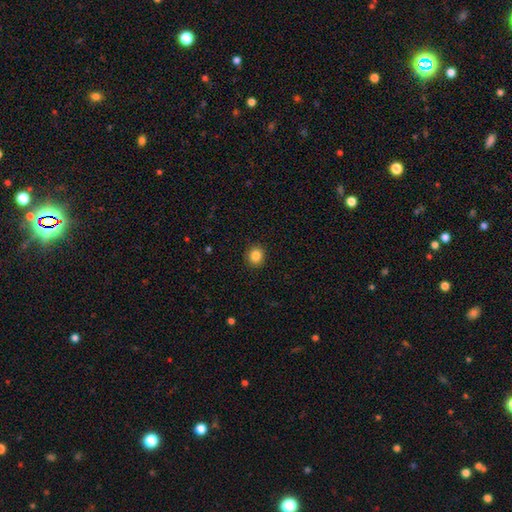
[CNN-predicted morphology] smooth-or-featured: smooth: 86% | star or artifact: 10% | featured or disk: 4%
  how-rounded: round: 86% | in between: 13% | cigar-shaped: 1%
  merging: none: 91% | minor disturbance: 6% | major disturbance: 2% | merger: 1%